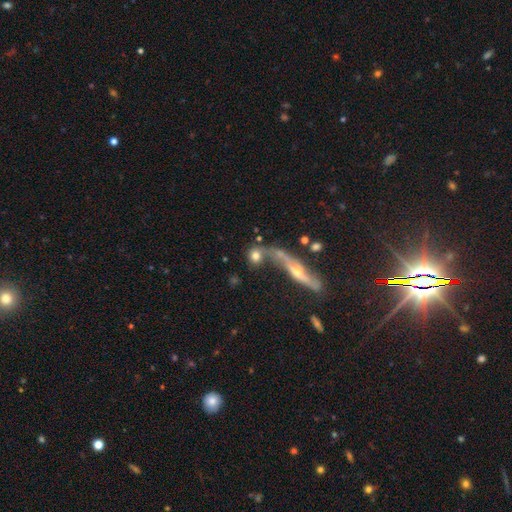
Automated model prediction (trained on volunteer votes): Morphology: type=smooth (68%); roundness=round (76%); merging=none (46%).